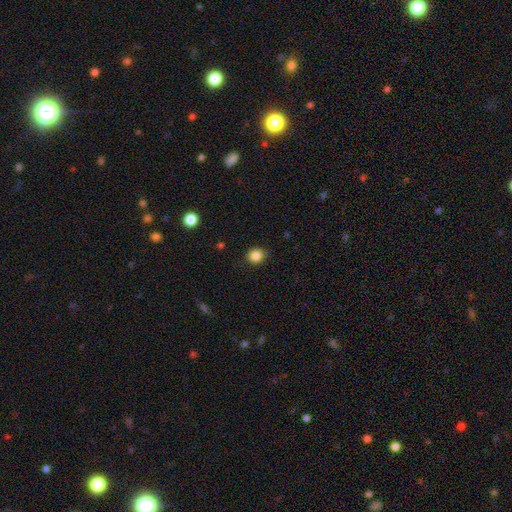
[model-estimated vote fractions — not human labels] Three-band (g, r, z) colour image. It shows a smooth galaxy with no disk features (85%) that is round (78%). Merging: none (88%).